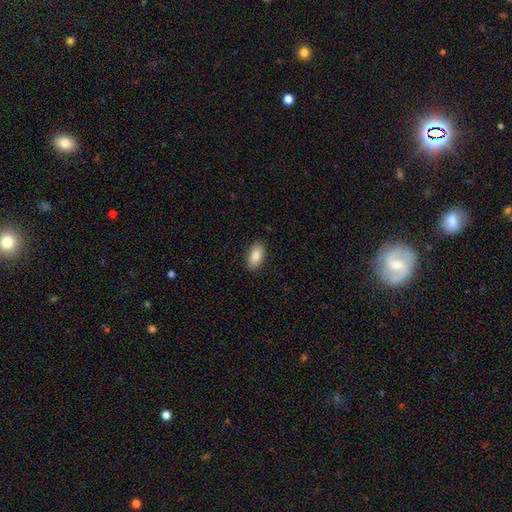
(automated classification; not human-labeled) Smooth or featured? smooth (86%)
How rounded? in between (93%)
Merging? none (89%)